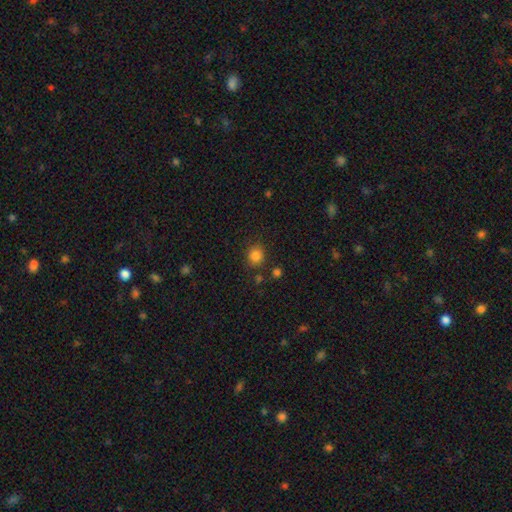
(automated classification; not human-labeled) Smooth or featured?
  - smooth: 83% *
  - star or artifact: 12%
  - featured or disk: 5%
How rounded?
  - round: 83% *
  - in between: 16%
  - cigar-shaped: 1%
Merging?
  - none: 83% *
  - minor disturbance: 10%
  - merger: 4%
  - major disturbance: 3%